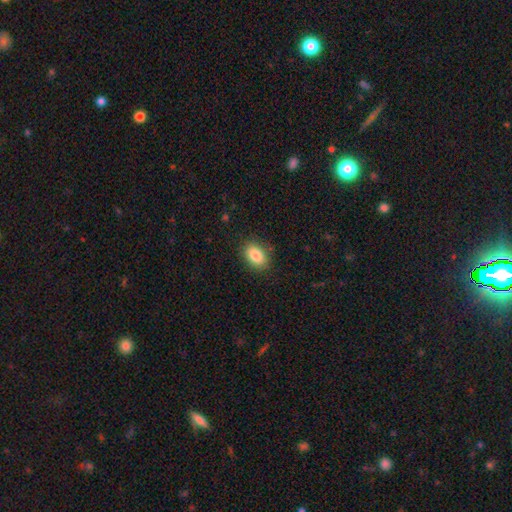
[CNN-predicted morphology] Overall: smooth (86%). How rounded: in between (85%). Merging: none (86%).